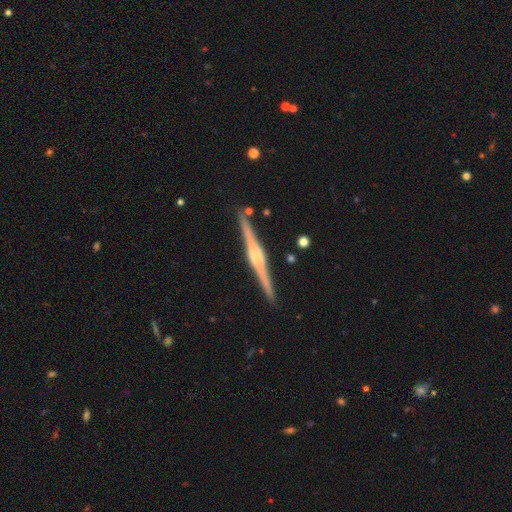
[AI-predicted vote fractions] Smooth or featured: featured or disk — 85% (smooth — 10%)
Edge-on disk: yes — 98% (no — 2%)
Edge-on bulge: rounded — 57% (boxy — 37%)
Merging: none — 89% (minor disturbance — 8%)